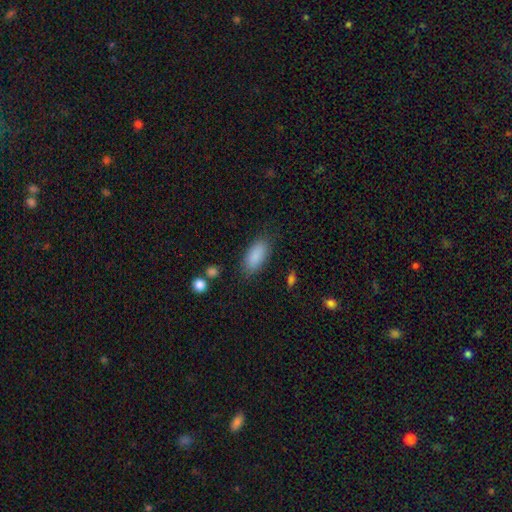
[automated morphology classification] A smooth galaxy with no disk features (88%) that is in between round and cigar-shaped (89%). Merging: none (82%).